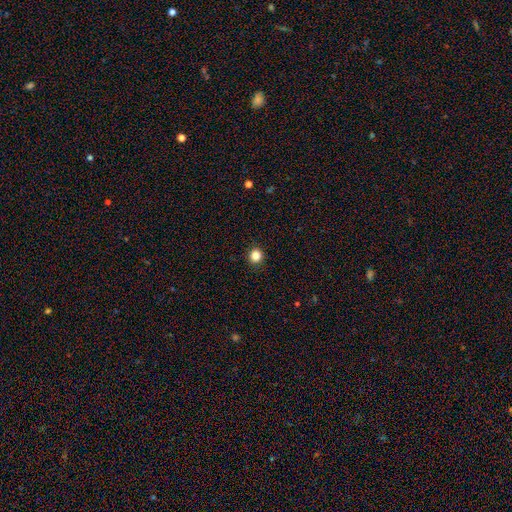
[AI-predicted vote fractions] Q: Smooth or featured?
A: smooth (84%); runner-up: star or artifact (12%)
Q: How rounded?
A: round (90%); runner-up: in between (9%)
Q: Merging?
A: none (92%); runner-up: minor disturbance (5%)